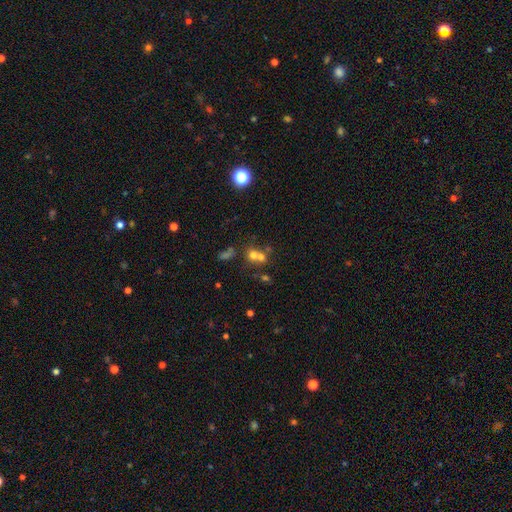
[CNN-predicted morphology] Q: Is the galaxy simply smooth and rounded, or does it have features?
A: smooth — 60%.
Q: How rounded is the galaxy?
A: round — 76%.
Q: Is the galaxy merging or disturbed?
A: merger — 55%.